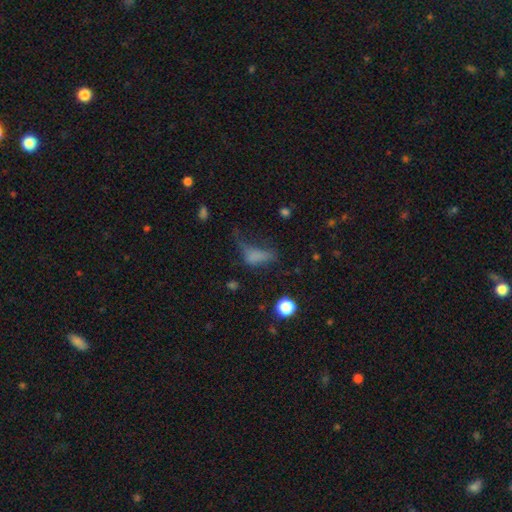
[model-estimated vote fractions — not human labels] Smooth or featured?
  - smooth: 62% *
  - star or artifact: 20%
  - featured or disk: 19%
How rounded?
  - in between: 65% *
  - cigar-shaped: 20%
  - round: 15%
Merging?
  - major disturbance: 46% *
  - none: 27%
  - minor disturbance: 21%
  - merger: 6%